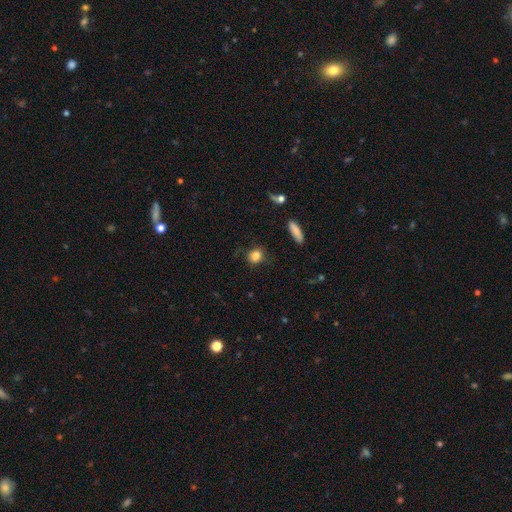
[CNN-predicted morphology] type=smooth (84%); roundness=round (72%); merging=none (77%).